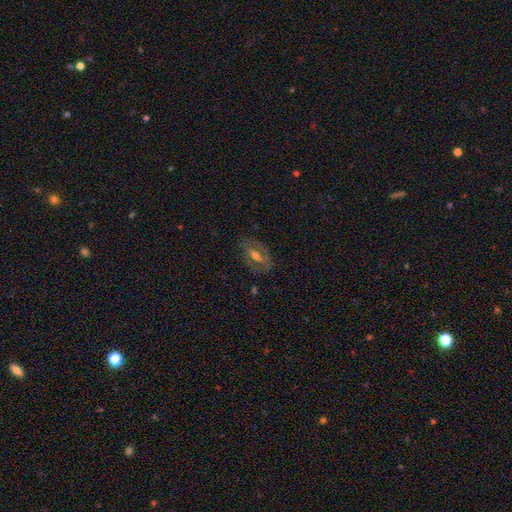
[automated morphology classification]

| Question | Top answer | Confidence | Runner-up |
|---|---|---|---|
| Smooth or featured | featured or disk | 59% | smooth (28%) |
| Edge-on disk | no | 88% | yes (12%) |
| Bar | weak | 40% | no (31%) |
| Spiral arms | yes | 54% | no (46%) |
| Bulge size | moderate | 61% | small (28%) |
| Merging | none | 75% | minor disturbance (16%) |